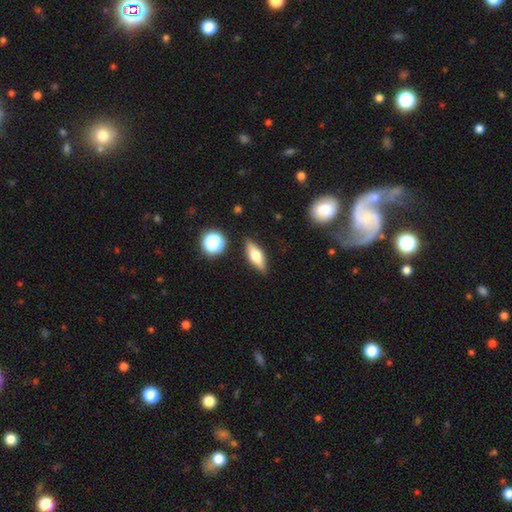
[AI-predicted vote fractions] The model was most divided on "smooth or featured": smooth: 47%, featured or disk: 44%, star or artifact: 9%. More confident: merging — none (86%).